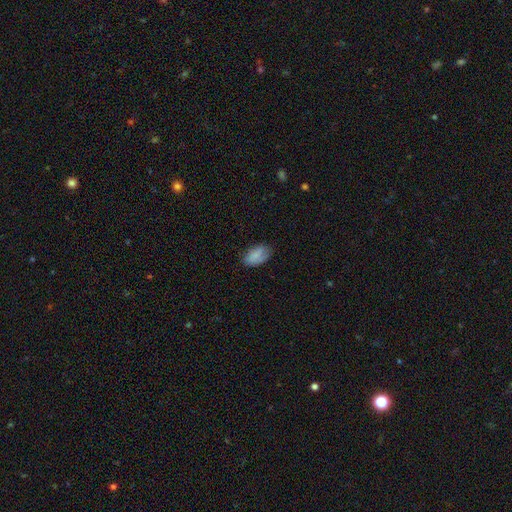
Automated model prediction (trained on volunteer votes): smooth_or_featured: smooth (p=0.78) [alt: featured or disk p=0.14]
how_rounded: in between (p=0.93) [alt: round p=0.05]
merging: none (p=0.70) [alt: minor disturbance p=0.22]